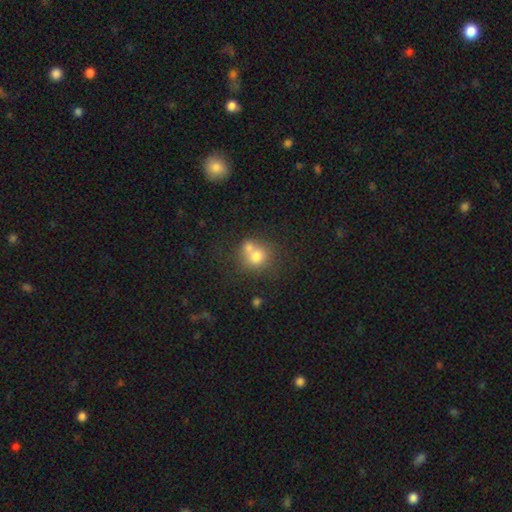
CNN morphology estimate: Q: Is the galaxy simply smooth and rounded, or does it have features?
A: smooth — 72%.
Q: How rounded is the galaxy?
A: round — 79%.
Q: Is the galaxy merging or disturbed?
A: merger — 48%.